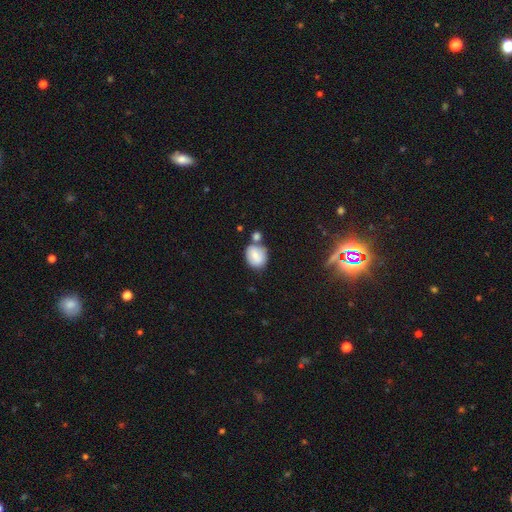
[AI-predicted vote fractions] smooth 75%, featured or disk 17%, star or artifact 8%. Down the decision tree: how rounded — round (58%); merging — none (52%).